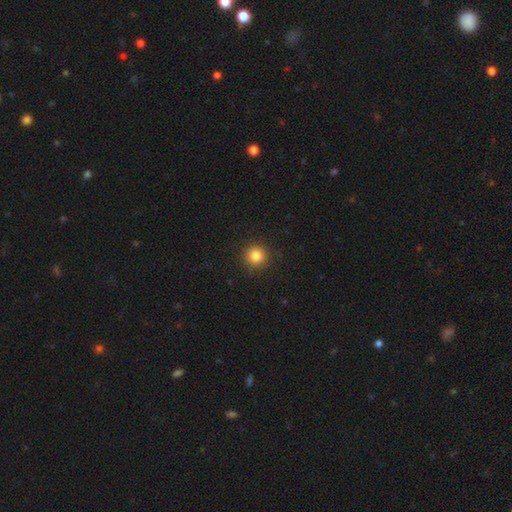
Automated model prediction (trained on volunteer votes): A smooth galaxy with no disk features (83%) that is round (95%). Merging: none (92%).